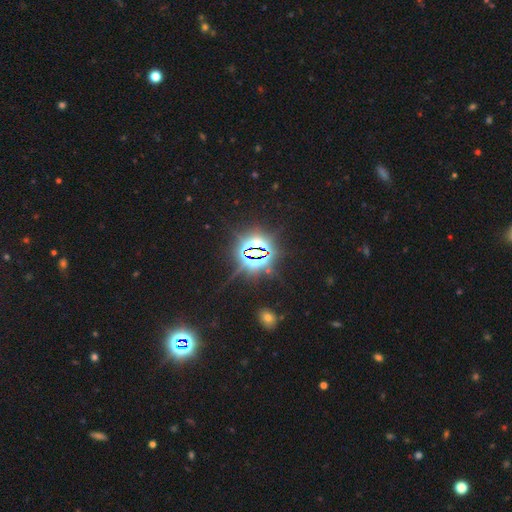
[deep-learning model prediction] star or artifact 85%, smooth 8%, featured or disk 7%.